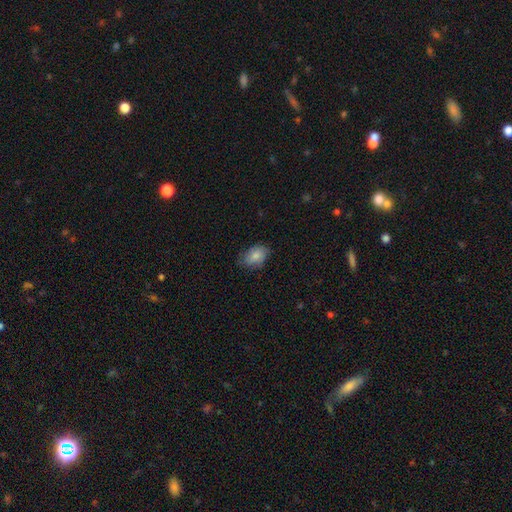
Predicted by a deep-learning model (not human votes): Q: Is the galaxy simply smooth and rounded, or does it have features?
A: smooth — 81%.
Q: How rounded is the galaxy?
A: in between — 86%.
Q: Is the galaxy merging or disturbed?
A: none — 69%.